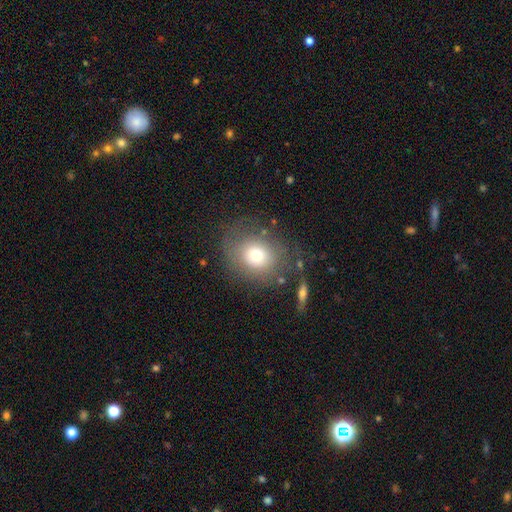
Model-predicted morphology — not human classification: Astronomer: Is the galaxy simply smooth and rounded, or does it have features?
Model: smooth — 70%.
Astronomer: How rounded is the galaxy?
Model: round — 65%.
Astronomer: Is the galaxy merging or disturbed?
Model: none — 71%.